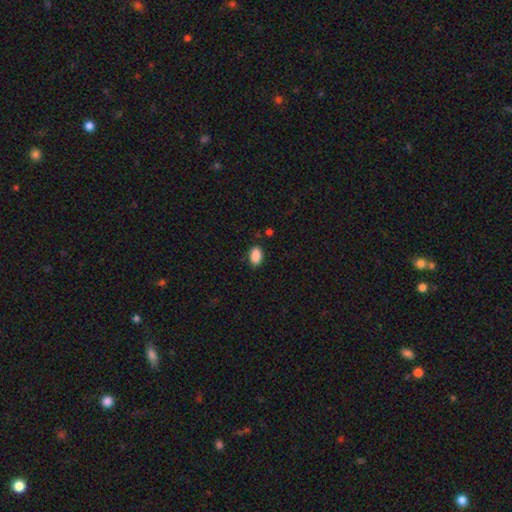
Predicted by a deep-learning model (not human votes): smooth_or_featured: smooth (p=0.89) [alt: star or artifact p=0.08]
how_rounded: in between (p=0.90) [alt: round p=0.08]
merging: none (p=0.85) [alt: minor disturbance p=0.11]